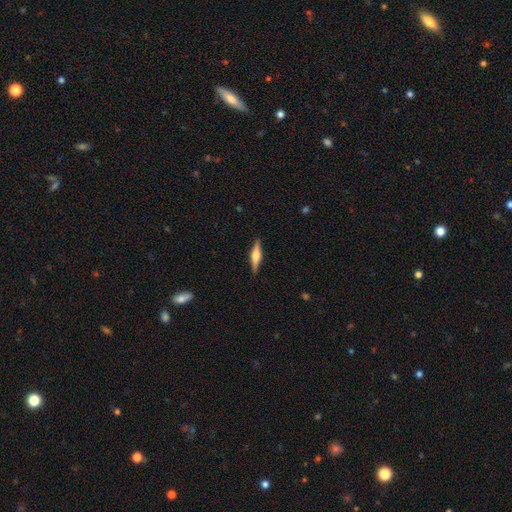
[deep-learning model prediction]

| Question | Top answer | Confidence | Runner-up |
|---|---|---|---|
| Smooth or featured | featured or disk | 66% | smooth (28%) |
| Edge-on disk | yes | 98% | no (2%) |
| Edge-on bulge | rounded | 89% | boxy (9%) |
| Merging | none | 90% | minor disturbance (7%) |